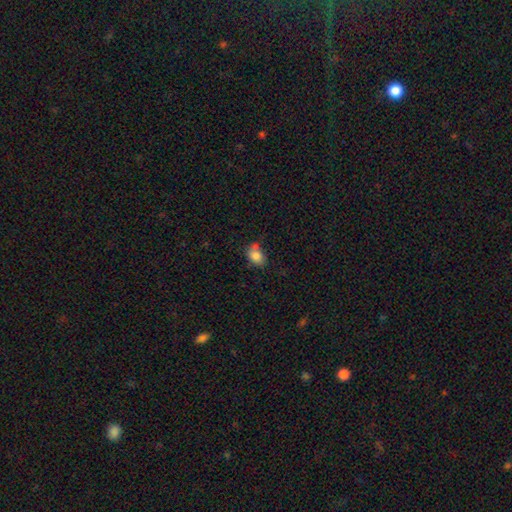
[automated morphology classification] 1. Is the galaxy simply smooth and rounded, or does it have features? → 82% smooth, 10% star or artifact, 9% featured or disk.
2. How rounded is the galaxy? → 69% in between, 30% round, 1% cigar-shaped.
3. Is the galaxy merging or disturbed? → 51% none, 22% minor disturbance, 20% merger, 7% major disturbance.